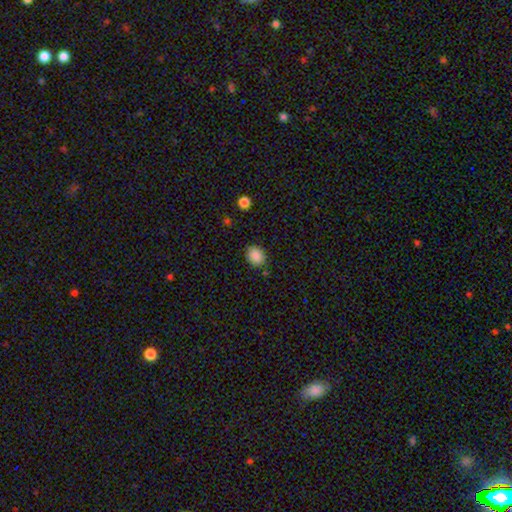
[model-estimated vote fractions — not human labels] Morphology: type=smooth (87%); roundness=round (52%); merging=none (84%).